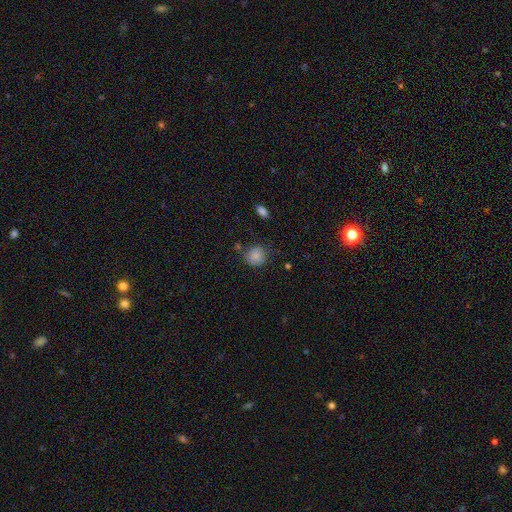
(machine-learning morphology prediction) smooth-or-featured: smooth: 82% | star or artifact: 10% | featured or disk: 7%
  how-rounded: round: 87% | in between: 12% | cigar-shaped: 1%
  merging: none: 79% | minor disturbance: 14% | merger: 4% | major disturbance: 4%